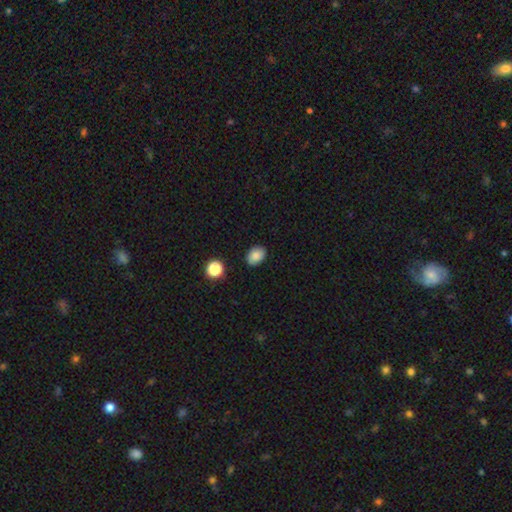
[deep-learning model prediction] Smooth or featured? smooth (85%)
How rounded? in between (68%)
Merging? none (86%)